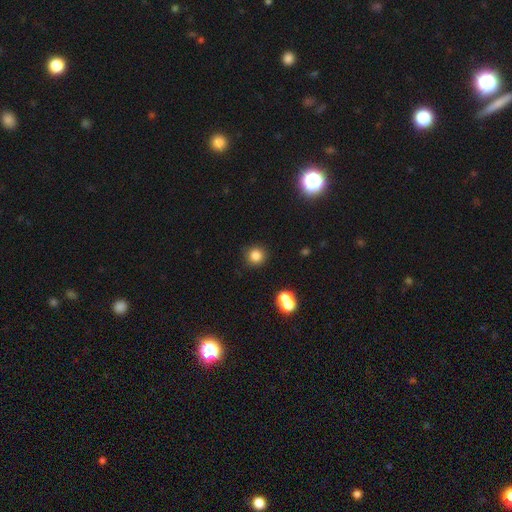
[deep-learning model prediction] Smooth or featured? Predicted: smooth (p=0.82). How rounded? Predicted: round (p=0.92). Merging? Predicted: none (p=0.87).